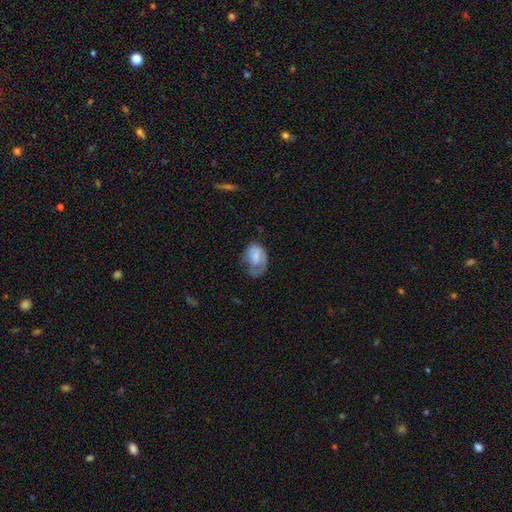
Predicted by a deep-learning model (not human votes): The model was most divided on "merging": major disturbance: 38%, minor disturbance: 31%, none: 28%, merger: 2%. More confident: how rounded — in between (76%); smooth or featured — smooth (59%).